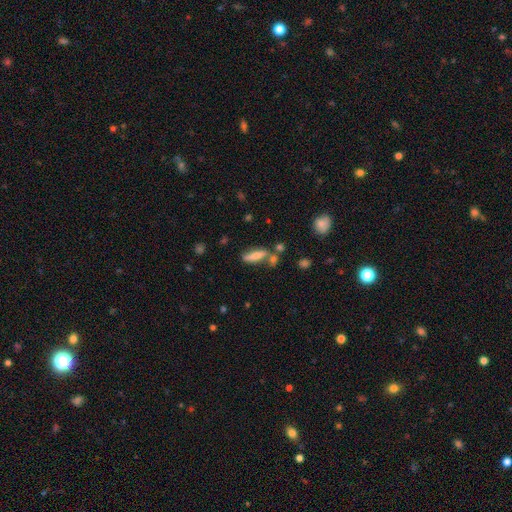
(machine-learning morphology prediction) A smooth galaxy with no disk features (65%) that is cigar-shaped (61%).

Vote fractions:
- Smooth or featured? smooth: 65% / featured or disk: 26% / star or artifact: 9%
- How rounded? cigar-shaped: 61% / in between: 36% / round: 3%
- Merging? none: 56% / merger: 19% / minor disturbance: 18% / major disturbance: 7%